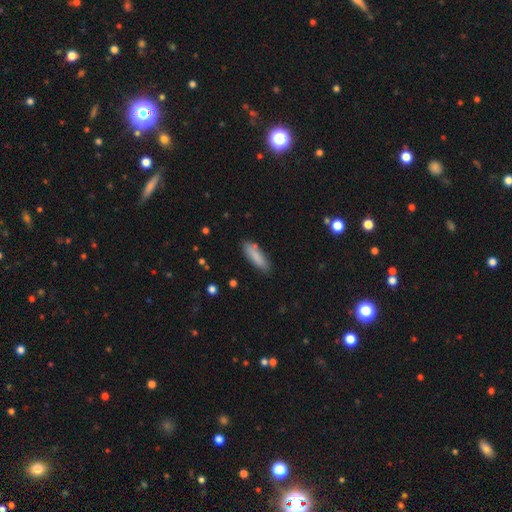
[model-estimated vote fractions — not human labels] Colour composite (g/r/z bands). It shows a smooth galaxy with no disk features (85%) that is cigar-shaped (55%). Merging: none (81%).